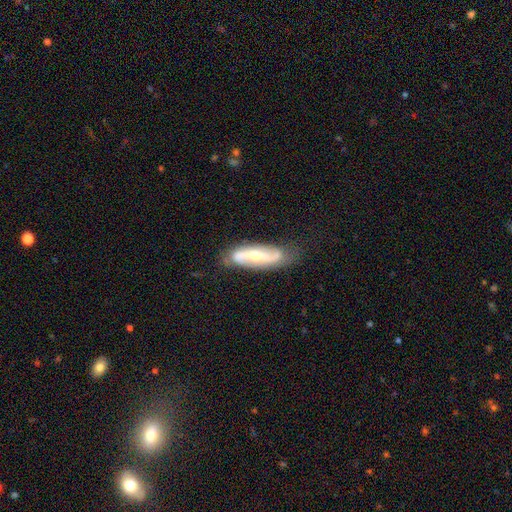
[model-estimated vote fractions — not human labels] Smooth or featured? Predicted: featured or disk (p=0.80). Edge-on disk? Predicted: no (p=0.87). Bar? Predicted: strong (p=0.39). Spiral arms? Predicted: yes (p=0.92). Spiral winding? Predicted: loose (p=0.52). Spiral arm count? Predicted: 2 (p=0.90). Bulge size? Predicted: moderate (p=0.56). Merging? Predicted: none (p=0.74).